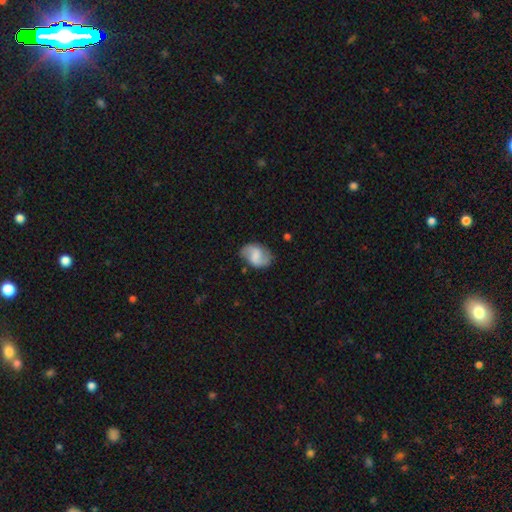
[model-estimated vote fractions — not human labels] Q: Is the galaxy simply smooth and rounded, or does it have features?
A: featured or disk — 57%.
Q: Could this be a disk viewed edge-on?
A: no — 97%.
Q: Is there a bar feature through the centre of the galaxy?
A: weak — 50%.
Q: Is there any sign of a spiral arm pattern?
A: yes — 89%.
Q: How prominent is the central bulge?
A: none — 36%.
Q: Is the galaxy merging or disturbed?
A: none — 75%.